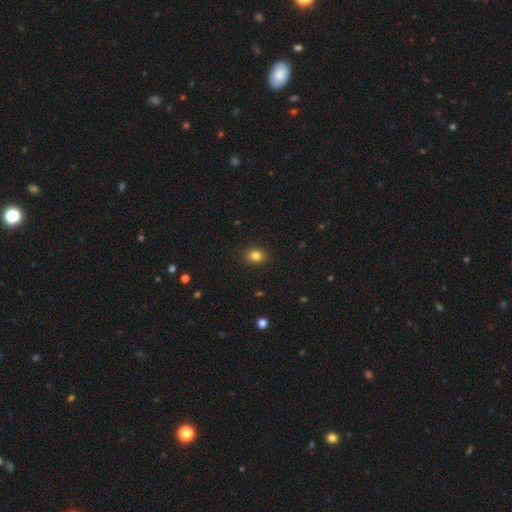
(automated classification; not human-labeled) Smooth or featured? Predicted: smooth (p=0.83). How rounded? Predicted: in between (p=0.55). Merging? Predicted: none (p=0.89).